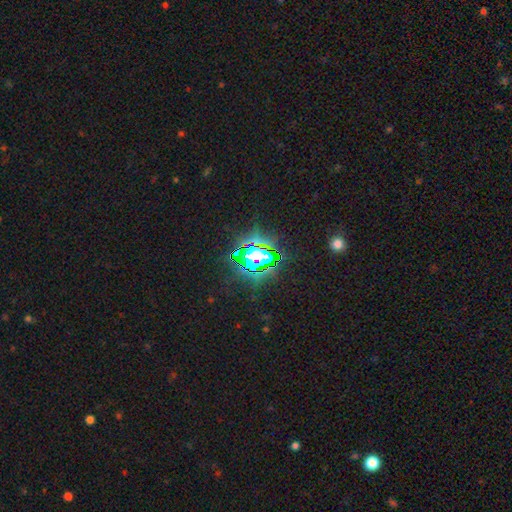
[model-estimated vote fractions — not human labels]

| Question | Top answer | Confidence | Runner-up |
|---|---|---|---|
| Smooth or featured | star or artifact | 77% | smooth (12%) |